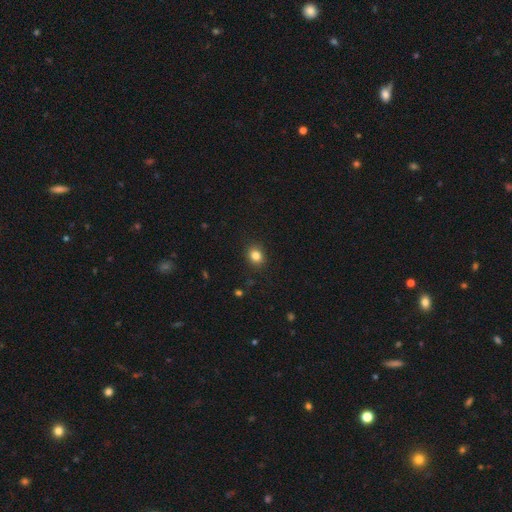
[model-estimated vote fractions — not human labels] Q: Smooth or featured?
A: smooth (83%); runner-up: star or artifact (12%)
Q: How rounded?
A: round (64%); runner-up: in between (35%)
Q: Merging?
A: none (89%); runner-up: minor disturbance (8%)